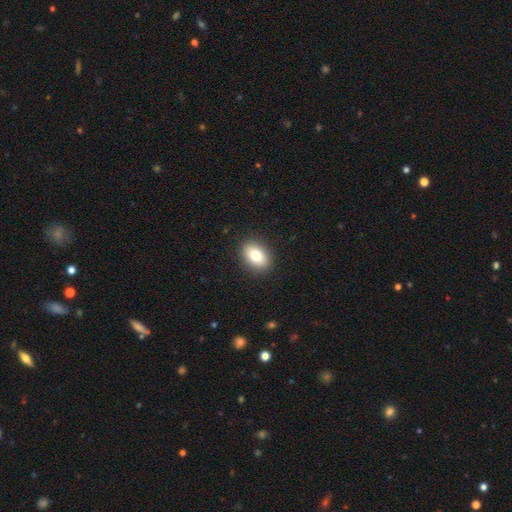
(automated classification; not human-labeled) smooth 78%, featured or disk 13%, star or artifact 9%. Down the decision tree: how rounded — in between (77%); merging — none (90%).